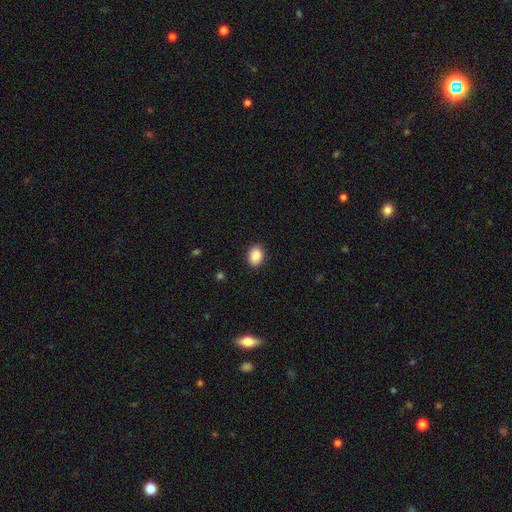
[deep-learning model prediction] A smooth galaxy with no disk features (89%) that is in between round and cigar-shaped (65%).

Vote fractions:
- Smooth or featured? smooth: 89% / star or artifact: 8% / featured or disk: 4%
- How rounded? in between: 65% / round: 34% / cigar-shaped: 1%
- Merging? none: 89% / minor disturbance: 8% / major disturbance: 2% / merger: 1%